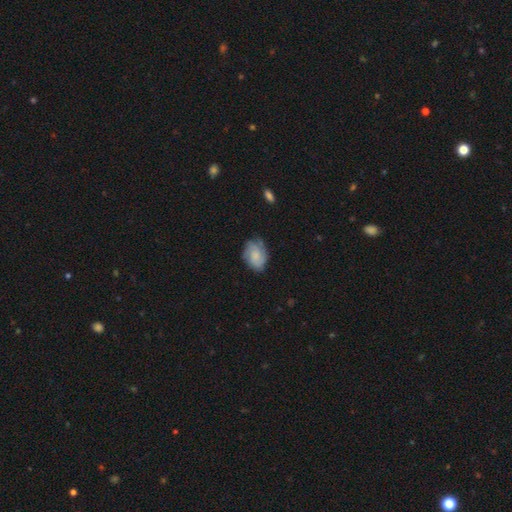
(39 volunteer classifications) Smooth or featured? 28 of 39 (72%) said featured or disk. Edge-on disk? 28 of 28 (100%) said no. Bar? 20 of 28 (71%) said no. Spiral arms? 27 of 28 (96%) said yes. Spiral winding? 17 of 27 (63%) said tight. Spiral arm count? 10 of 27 (37%) said can't tell. Bulge size? 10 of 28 (36%) said none. Merging? 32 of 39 (82%) said none.